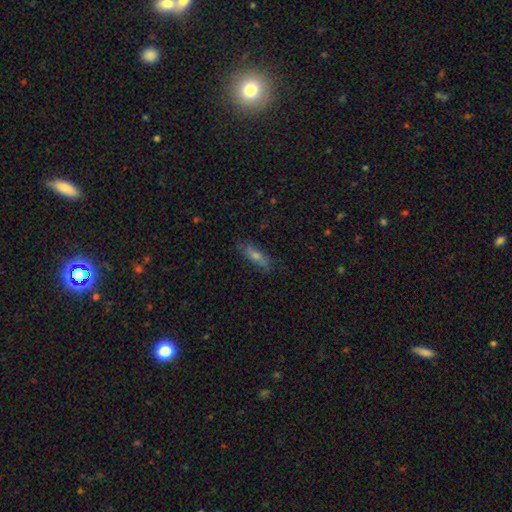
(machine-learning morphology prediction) A smooth galaxy with no disk features (55%) that is cigar-shaped (65%). Merging: none (82%).